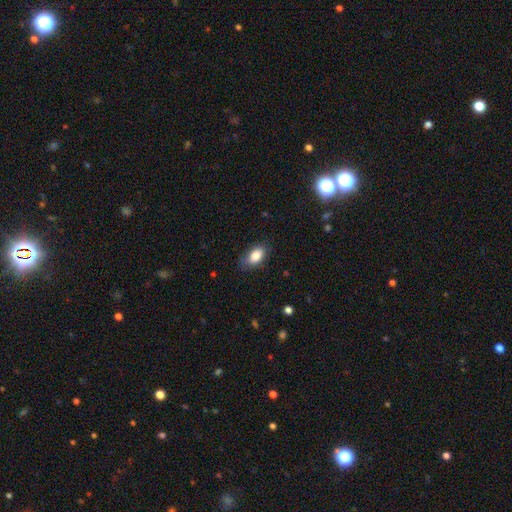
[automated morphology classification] Smooth or featured? smooth (85%)
How rounded? in between (91%)
Merging? none (76%)